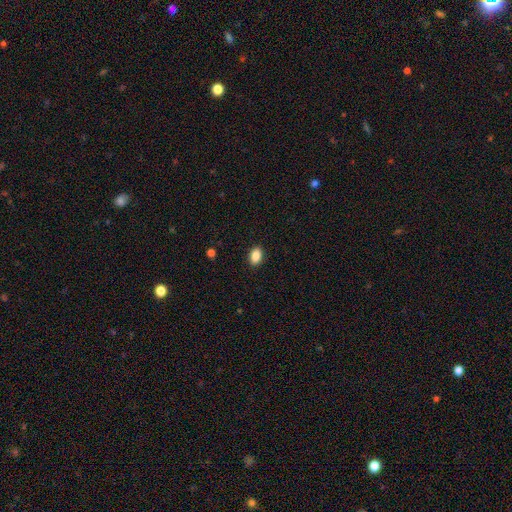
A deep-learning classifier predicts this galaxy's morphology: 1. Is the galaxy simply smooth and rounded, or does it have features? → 89% smooth, 8% star or artifact, 3% featured or disk.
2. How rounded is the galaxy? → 86% in between, 12% round, 2% cigar-shaped.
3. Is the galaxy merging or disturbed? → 90% none, 7% minor disturbance, 2% major disturbance, 1% merger.